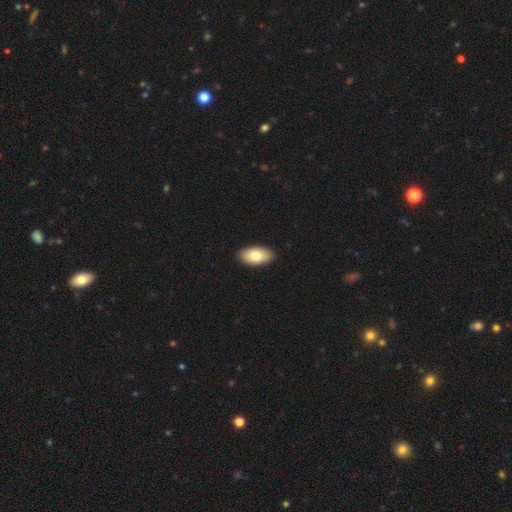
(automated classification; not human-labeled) smooth-or-featured: smooth: 79% | featured or disk: 15% | star or artifact: 6%
  how-rounded: in between: 95% | round: 3% | cigar-shaped: 2%
  merging: none: 90% | minor disturbance: 7% | major disturbance: 2% | merger: 1%